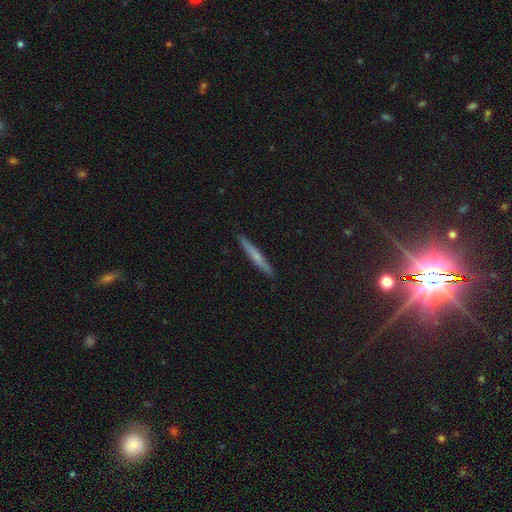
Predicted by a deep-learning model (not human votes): This appears to be a smooth galaxy with no disk features (47%). Merging: none (91%).